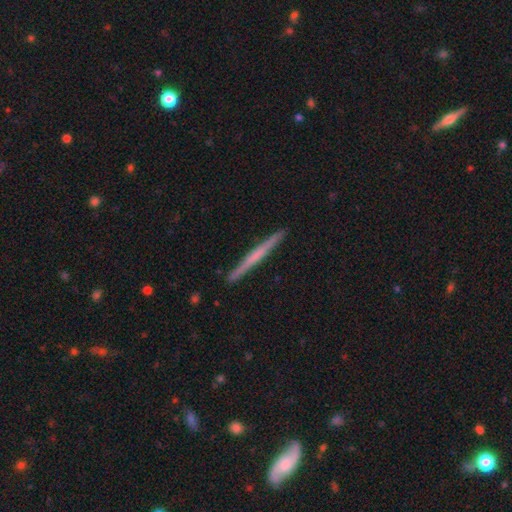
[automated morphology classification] type=featured or disk (57%); edge-on=yes (98%); edge-on bulge=none (70%); merging=none (93%).